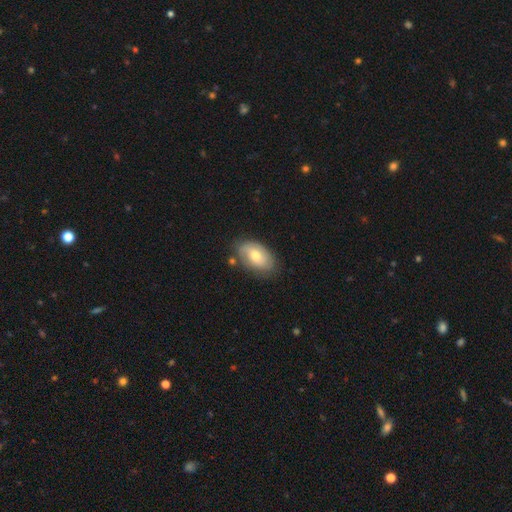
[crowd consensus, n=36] Morphology: type=featured or disk (53%); edge-on=no (95%); bar=no (67%); spiral arms=yes (50%, tied with no); winding=tight (56%); arm count=can't tell (67%); bulge=moderate (56%); merging=none (69%).